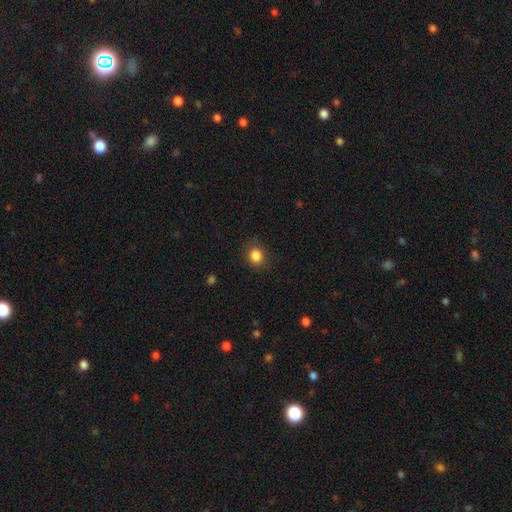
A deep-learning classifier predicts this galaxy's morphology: type=smooth (85%); roundness=round (72%); merging=none (84%).